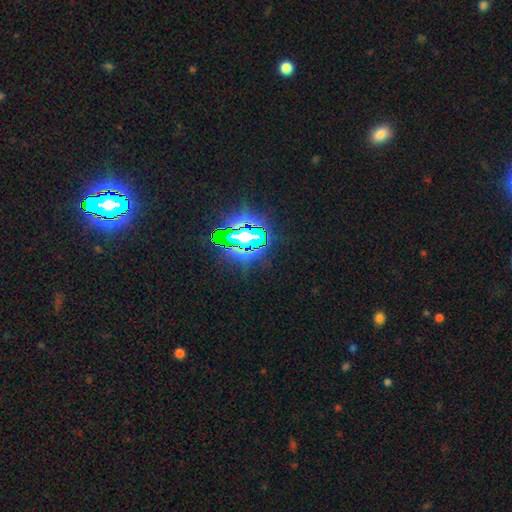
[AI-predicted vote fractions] Smooth or featured? star or artifact (84%)